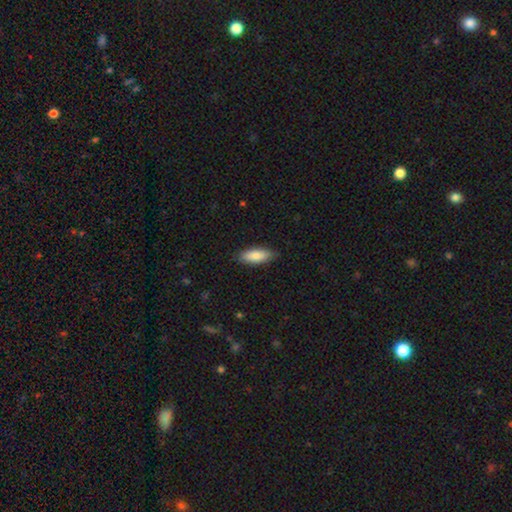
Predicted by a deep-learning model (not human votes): smooth-or-featured: smooth: 83% | featured or disk: 11% | star or artifact: 6%
  how-rounded: in between: 71% | cigar-shaped: 27% | round: 2%
  merging: none: 84% | minor disturbance: 12% | major disturbance: 2% | merger: 1%